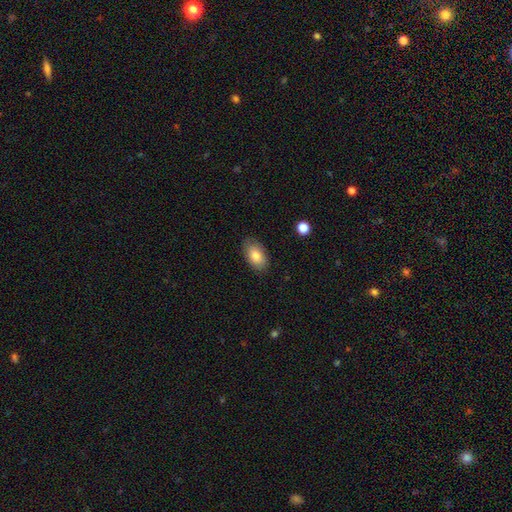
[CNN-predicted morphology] smooth-or-featured: smooth: 83% | featured or disk: 10% | star or artifact: 7%
  how-rounded: in between: 92% | round: 6% | cigar-shaped: 2%
  merging: none: 82% | minor disturbance: 14% | major disturbance: 3% | merger: 1%